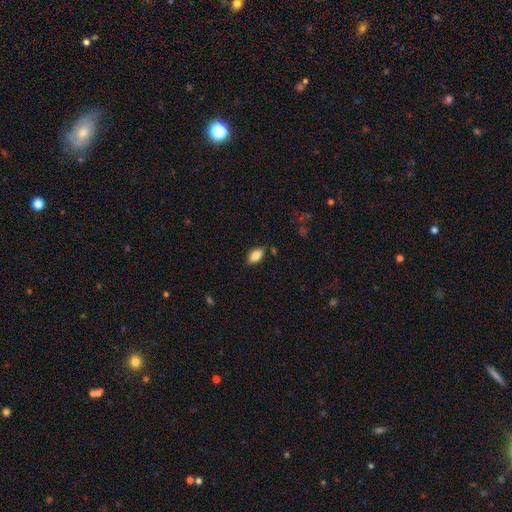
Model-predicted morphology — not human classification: A smooth galaxy with no disk features (83%) that is in between round and cigar-shaped (91%). Merging: none (82%).